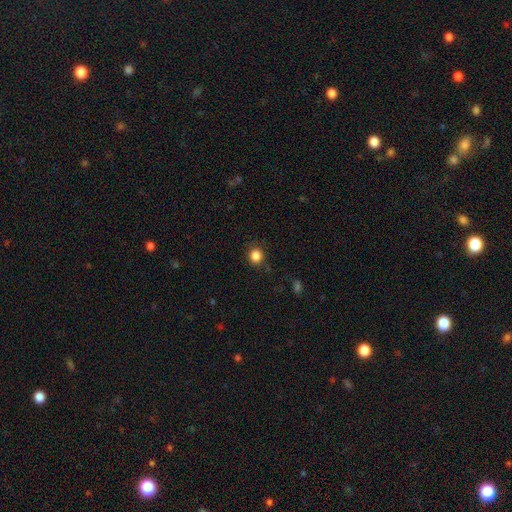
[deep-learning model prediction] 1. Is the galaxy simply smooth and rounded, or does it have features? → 85% smooth, 11% star or artifact, 4% featured or disk.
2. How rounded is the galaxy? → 87% round, 12% in between, 1% cigar-shaped.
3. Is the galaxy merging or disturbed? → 83% none, 12% minor disturbance, 4% major disturbance, 1% merger.